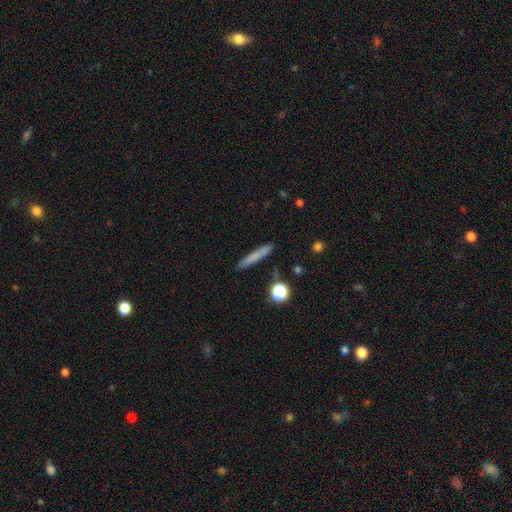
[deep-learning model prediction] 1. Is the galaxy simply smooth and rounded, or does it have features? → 71% smooth, 20% featured or disk, 9% star or artifact.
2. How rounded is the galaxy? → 93% cigar-shaped, 4% in between, 2% round.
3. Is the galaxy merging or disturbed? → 87% none, 9% minor disturbance, 2% major disturbance, 2% merger.